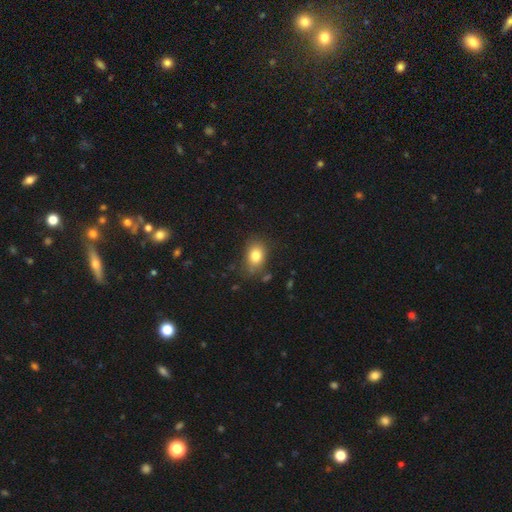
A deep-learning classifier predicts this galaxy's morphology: smooth 81%, star or artifact 10%, featured or disk 9%. Down the decision tree: how rounded — in between (63%); merging — none (76%).